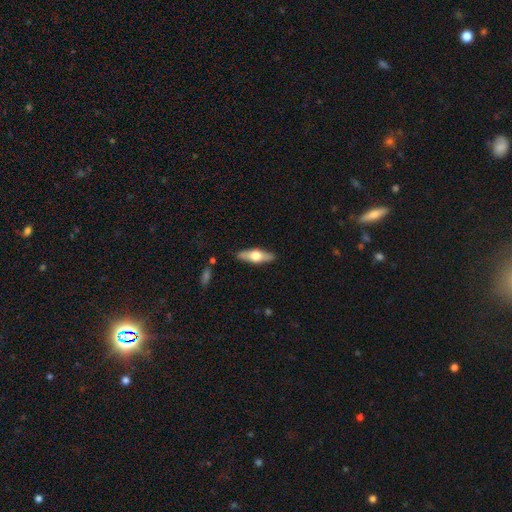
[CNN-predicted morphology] smooth_or_featured: featured or disk (p=0.48) [alt: smooth p=0.46]
merging: none (p=0.87) [alt: minor disturbance p=0.09]